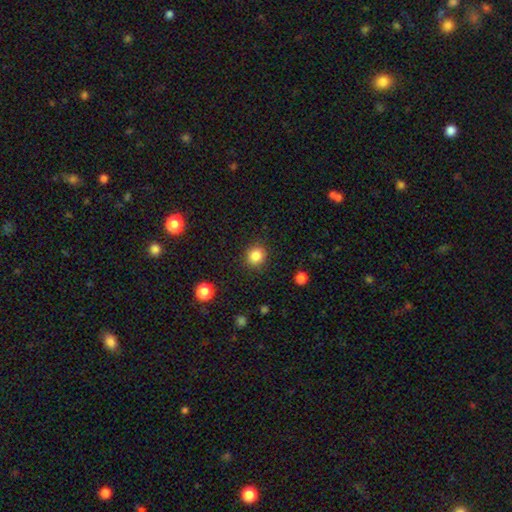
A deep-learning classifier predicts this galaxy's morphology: Smooth or featured: smooth — 84% (star or artifact — 11%)
How rounded: round — 83% (in between — 16%)
Merging: none — 88% (minor disturbance — 8%)